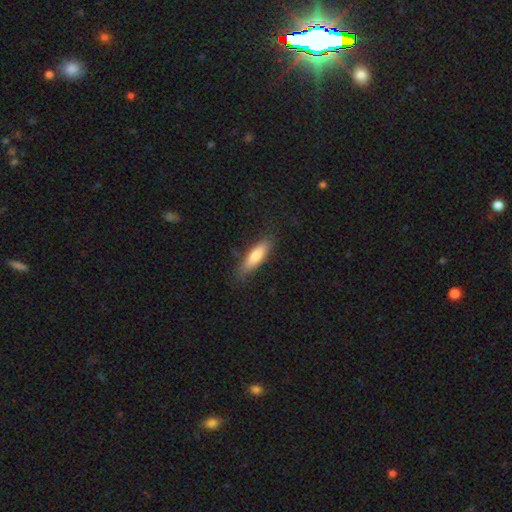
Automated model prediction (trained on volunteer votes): smooth 75%, featured or disk 19%, star or artifact 6%. Down the decision tree: how rounded — cigar-shaped (59%); merging — none (78%).